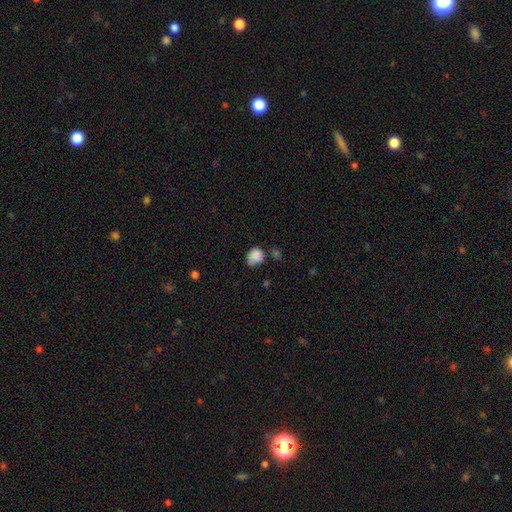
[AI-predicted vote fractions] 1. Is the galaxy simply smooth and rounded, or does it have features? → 84% smooth, 9% star or artifact, 6% featured or disk.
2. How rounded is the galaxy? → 58% round, 41% in between, 1% cigar-shaped.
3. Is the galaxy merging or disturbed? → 46% none, 37% minor disturbance, 11% major disturbance, 6% merger.